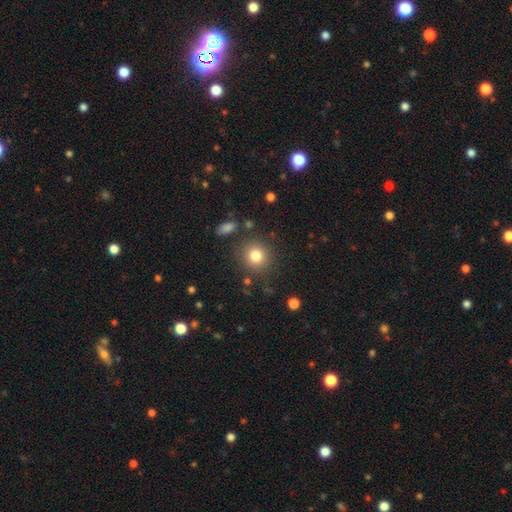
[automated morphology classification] Smooth or featured? smooth (80%)
How rounded? round (90%)
Merging? none (85%)